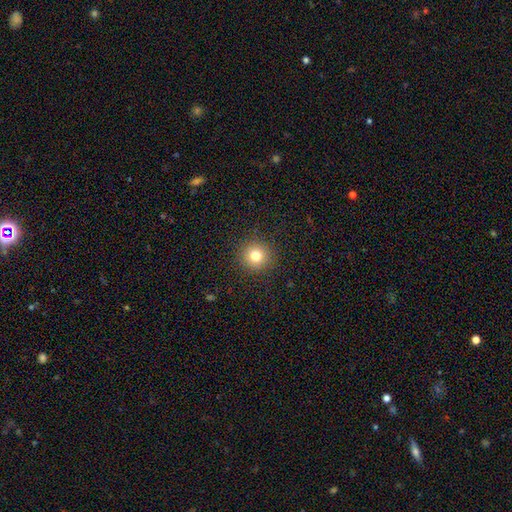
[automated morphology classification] Smooth or featured: smooth — 79% (star or artifact — 13%)
How rounded: round — 95% (in between — 4%)
Merging: none — 91% (minor disturbance — 6%)